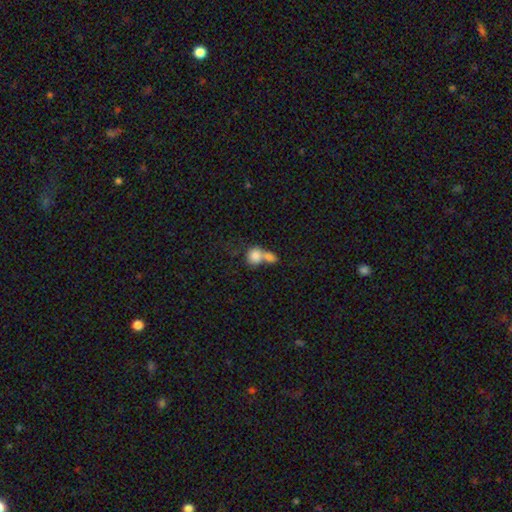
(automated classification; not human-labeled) Smooth or featured? smooth (82%)
How rounded? round (66%)
Merging? merger (68%)